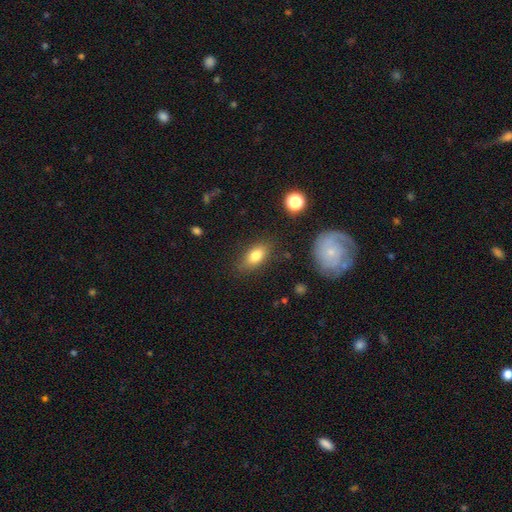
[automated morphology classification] smooth_or_featured: smooth (p=0.79) [alt: featured or disk p=0.12]
how_rounded: in between (p=0.84) [alt: round p=0.09]
merging: none (p=0.81) [alt: minor disturbance p=0.13]